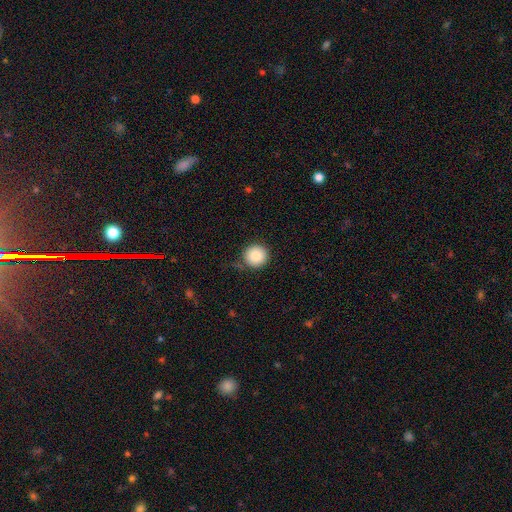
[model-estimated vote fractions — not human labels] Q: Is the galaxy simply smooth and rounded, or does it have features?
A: smooth — 86%.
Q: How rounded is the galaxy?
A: round — 96%.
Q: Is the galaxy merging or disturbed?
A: none — 81%.